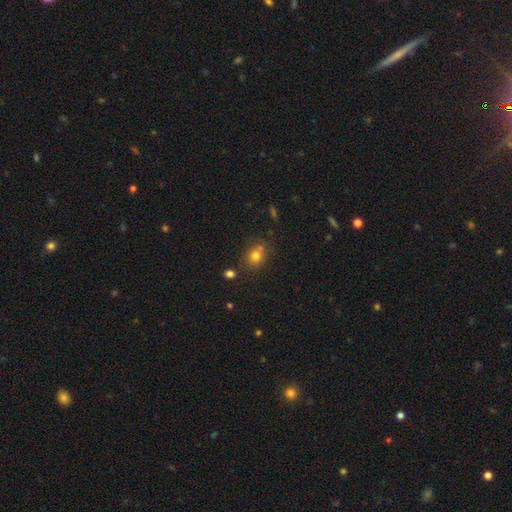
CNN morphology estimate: smooth_or_featured: smooth (p=0.75) [alt: star or artifact p=0.15]
how_rounded: round (p=0.70) [alt: in between p=0.29]
merging: none (p=0.67) [alt: merger p=0.15]